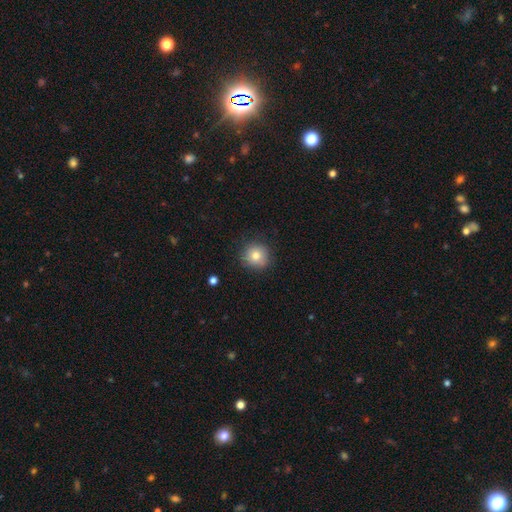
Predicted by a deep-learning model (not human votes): Smooth or featured: smooth — 79% (star or artifact — 11%)
How rounded: round — 92% (in between — 7%)
Merging: none — 85% (minor disturbance — 11%)